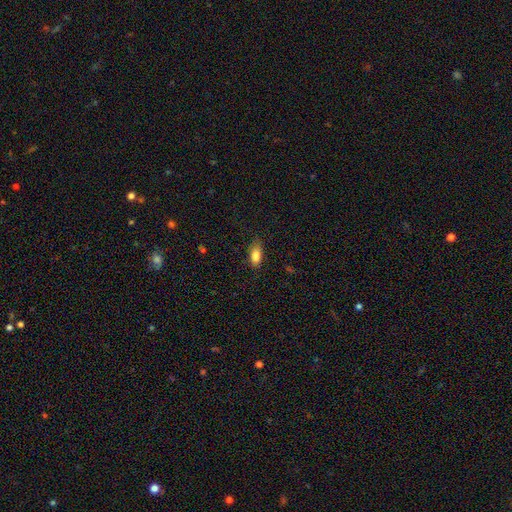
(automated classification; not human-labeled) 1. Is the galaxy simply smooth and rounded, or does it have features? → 85% smooth, 8% star or artifact, 7% featured or disk.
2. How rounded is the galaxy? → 85% in between, 11% cigar-shaped, 4% round.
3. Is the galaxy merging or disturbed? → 73% none, 21% minor disturbance, 5% major disturbance, 1% merger.